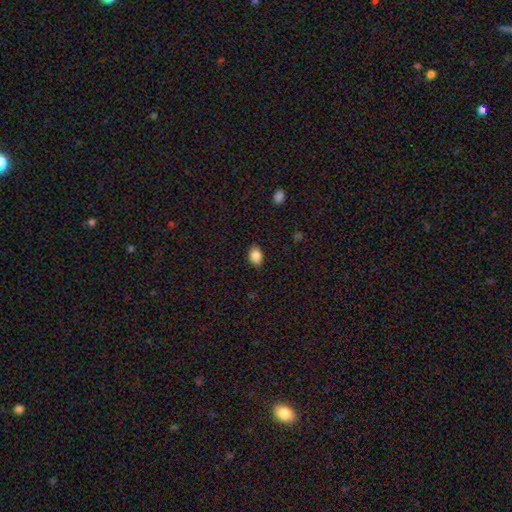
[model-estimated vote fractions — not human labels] Smooth or featured? smooth (88%)
How rounded? in between (79%)
Merging? none (86%)